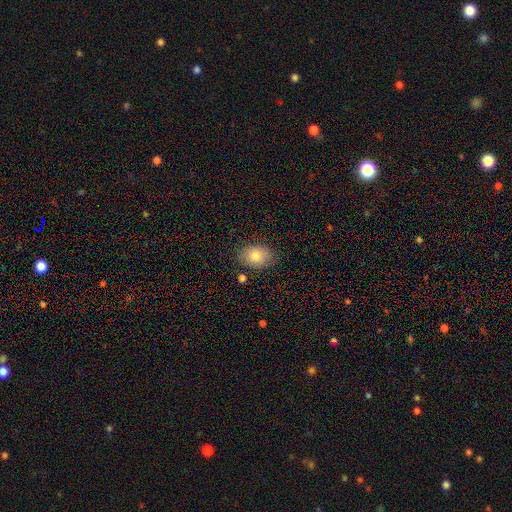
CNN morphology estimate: Smooth or featured? Predicted: smooth (p=0.82). How rounded? Predicted: in between (p=0.77). Merging? Predicted: none (p=0.83).